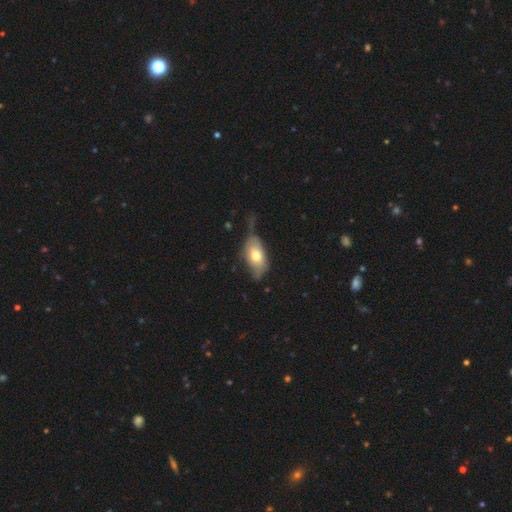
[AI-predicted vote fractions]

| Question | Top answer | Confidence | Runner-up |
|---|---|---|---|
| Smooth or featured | smooth | 65% | featured or disk (28%) |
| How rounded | in between | 90% | round (6%) |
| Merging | none | 37% | minor disturbance (36%) |